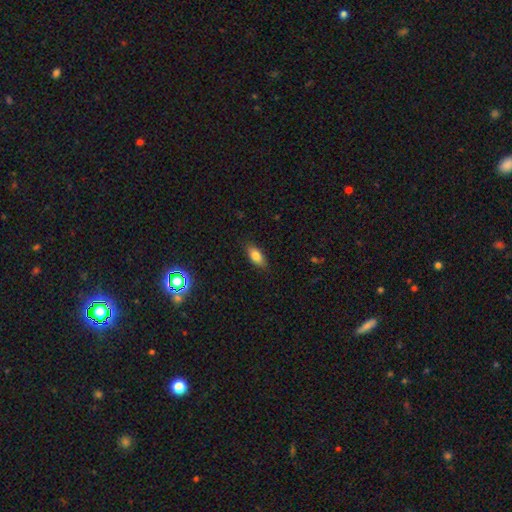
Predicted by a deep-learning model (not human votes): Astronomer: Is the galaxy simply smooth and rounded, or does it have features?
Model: smooth — 81%.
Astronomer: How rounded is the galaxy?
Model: in between — 86%.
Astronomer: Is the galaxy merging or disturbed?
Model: none — 85%.